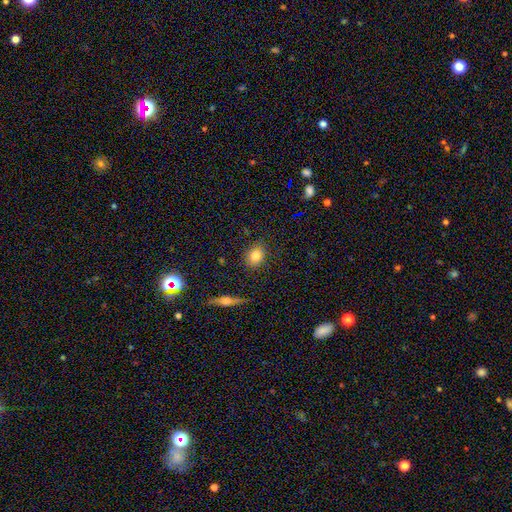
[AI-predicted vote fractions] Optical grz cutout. It shows a smooth galaxy with no disk features (81%) that is round (54%). Merging: none (85%).